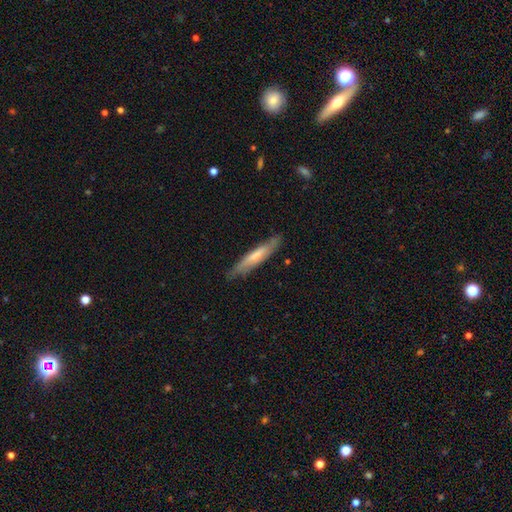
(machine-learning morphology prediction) This appears to be a smooth galaxy with no disk features (58%) that is cigar-shaped (89%). Merging: none (80%).